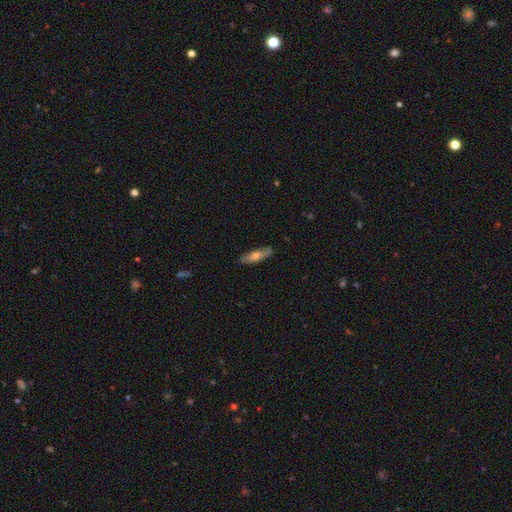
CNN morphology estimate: smooth_or_featured: smooth (p=0.56) [alt: featured or disk p=0.38]
how_rounded: cigar-shaped (p=0.55) [alt: in between p=0.42]
merging: none (p=0.82) [alt: minor disturbance p=0.14]